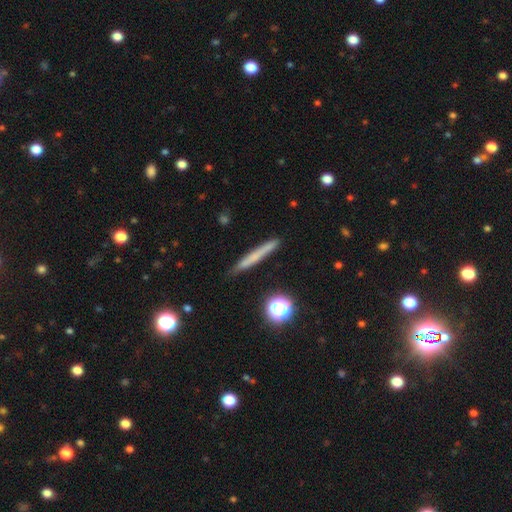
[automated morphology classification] A smooth galaxy with no disk features (60%) that is cigar-shaped (94%). Merging: none (88%).